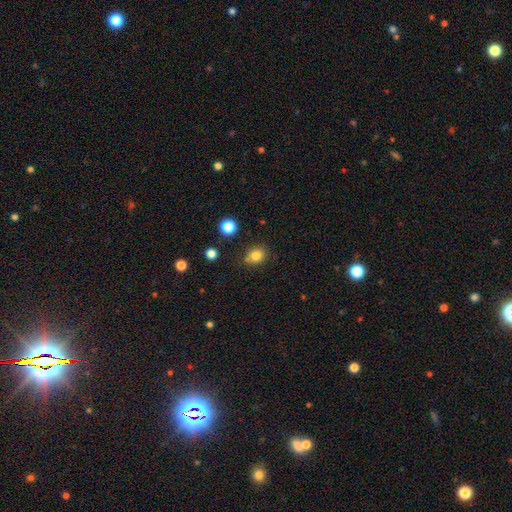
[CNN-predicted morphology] smooth_or_featured: smooth (p=0.82) [alt: star or artifact p=0.12]
how_rounded: round (p=0.60) [alt: in between p=0.39]
merging: none (p=0.75) [alt: minor disturbance p=0.17]